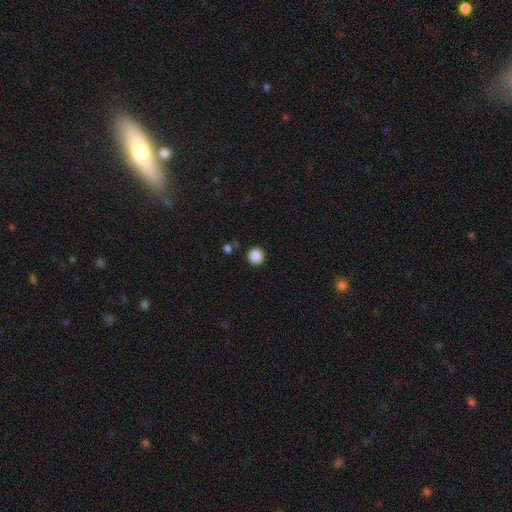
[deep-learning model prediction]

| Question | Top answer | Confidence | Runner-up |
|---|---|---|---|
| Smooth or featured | smooth | 87% | star or artifact (10%) |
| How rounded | round | 94% | in between (5%) |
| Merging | none | 90% | minor disturbance (6%) |